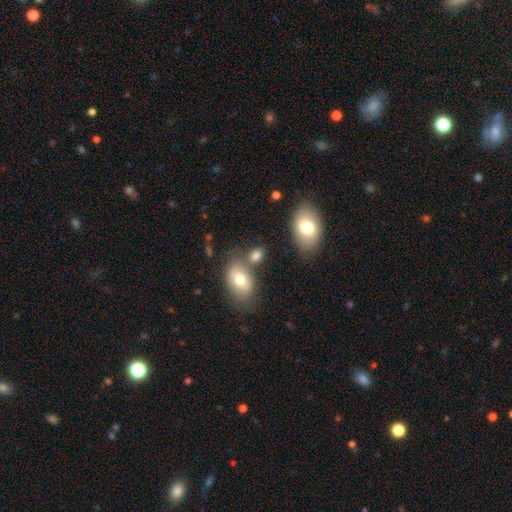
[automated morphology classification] Q: Smooth or featured?
A: smooth (79%); runner-up: featured or disk (11%)
Q: How rounded?
A: in between (71%); runner-up: round (27%)
Q: Merging?
A: none (57%); runner-up: merger (25%)